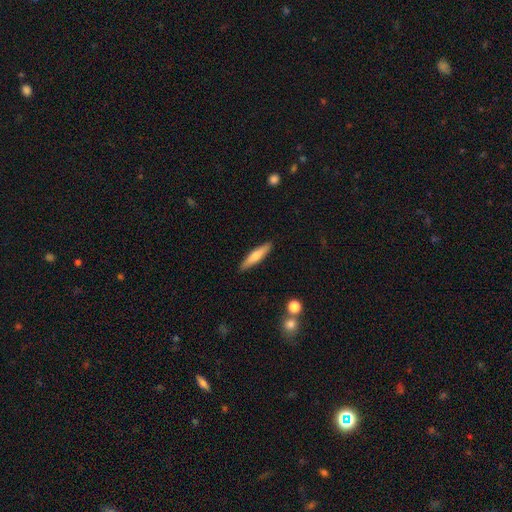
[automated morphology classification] Smooth or featured? Predicted: smooth (p=0.64). How rounded? Predicted: cigar-shaped (p=0.85). Merging? Predicted: none (p=0.90).